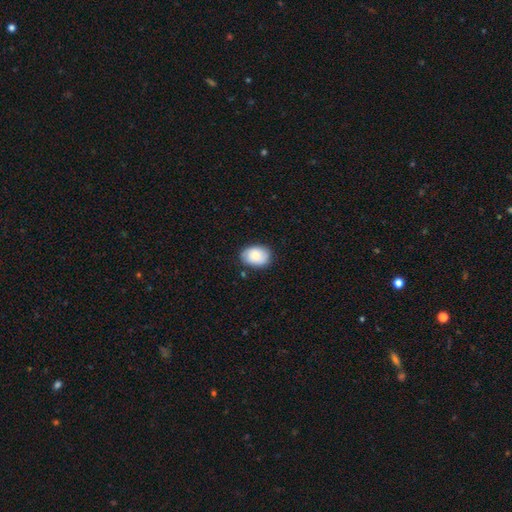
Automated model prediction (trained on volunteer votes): Q: Smooth or featured?
A: smooth (80%); runner-up: featured or disk (13%)
Q: How rounded?
A: in between (76%); runner-up: round (23%)
Q: Merging?
A: none (81%); runner-up: minor disturbance (15%)